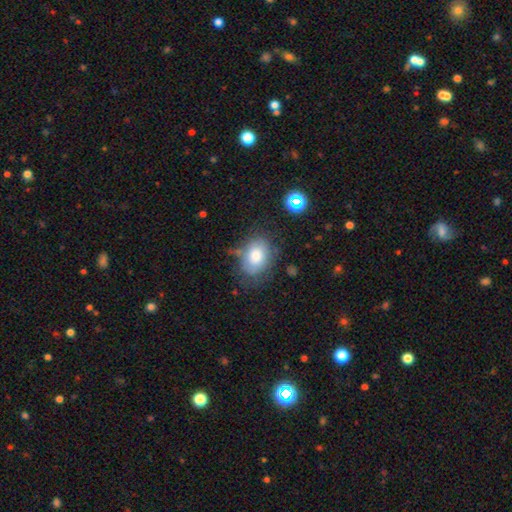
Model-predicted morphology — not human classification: Smooth or featured: smooth — 71% (featured or disk — 20%)
How rounded: in between — 70% (round — 29%)
Merging: none — 61% (minor disturbance — 24%)